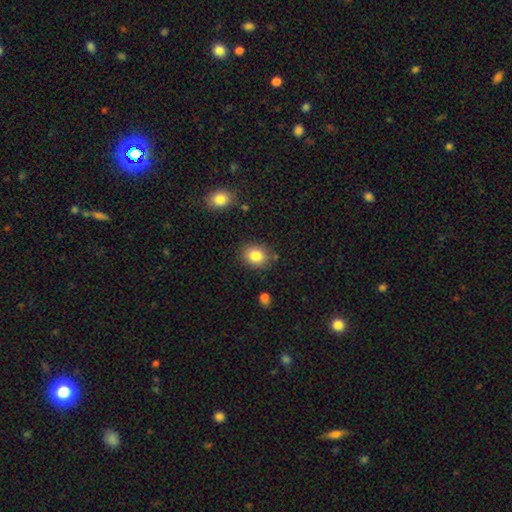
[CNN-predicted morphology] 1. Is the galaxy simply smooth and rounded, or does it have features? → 83% smooth, 9% star or artifact, 8% featured or disk.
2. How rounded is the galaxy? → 58% round, 41% in between, 1% cigar-shaped.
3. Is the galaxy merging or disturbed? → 83% none, 11% minor disturbance, 3% merger, 3% major disturbance.